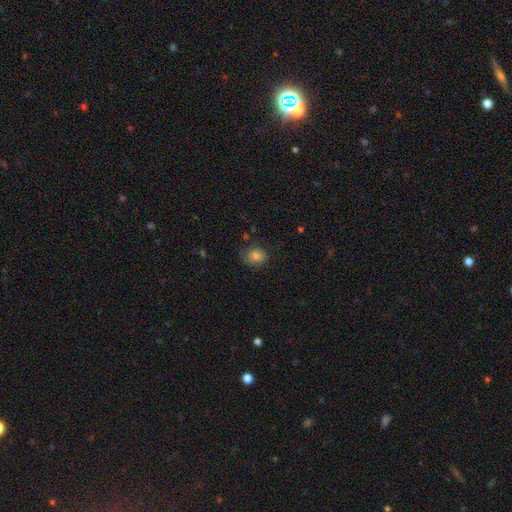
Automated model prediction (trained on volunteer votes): The model was most divided on "how rounded": round: 65%, in between: 34%, cigar-shaped: 1%. More confident: smooth or featured — smooth (77%); merging — none (67%).